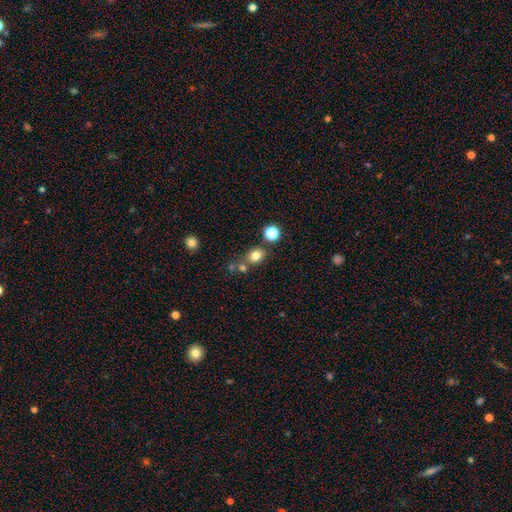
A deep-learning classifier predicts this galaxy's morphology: A smooth galaxy with no disk features (79%) that is round (59%).

Vote fractions:
- Smooth or featured? smooth: 79% / star or artifact: 14% / featured or disk: 8%
- How rounded? round: 59% / in between: 40% / cigar-shaped: 1%
- Merging? none: 67% / merger: 17% / minor disturbance: 12% / major disturbance: 4%